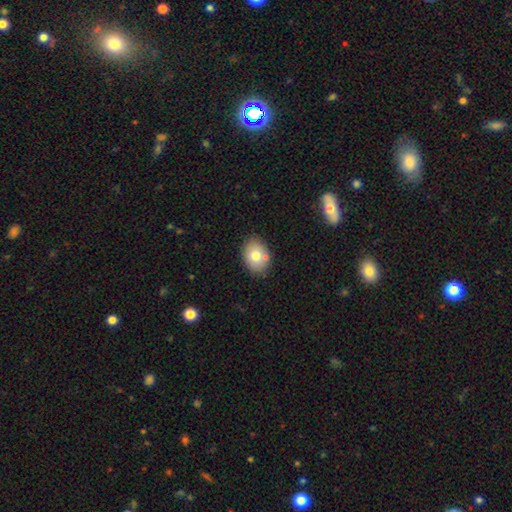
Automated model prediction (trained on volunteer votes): Smooth or featured: smooth — 75% (featured or disk — 17%)
How rounded: in between — 69% (round — 30%)
Merging: none — 75% (minor disturbance — 13%)